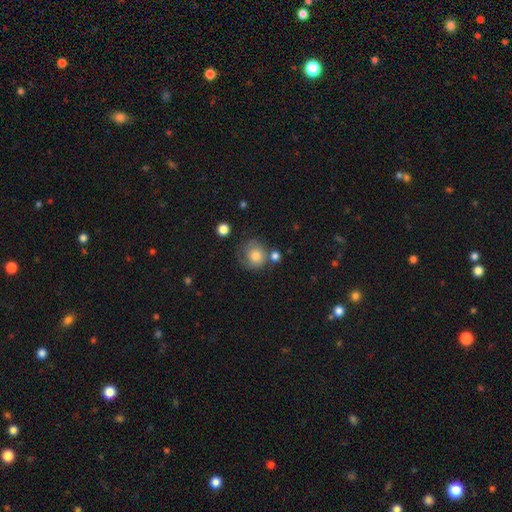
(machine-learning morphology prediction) Q: Smooth or featured?
A: smooth (69%); runner-up: featured or disk (23%)
Q: How rounded?
A: round (85%); runner-up: in between (14%)
Q: Merging?
A: none (53%); runner-up: minor disturbance (22%)